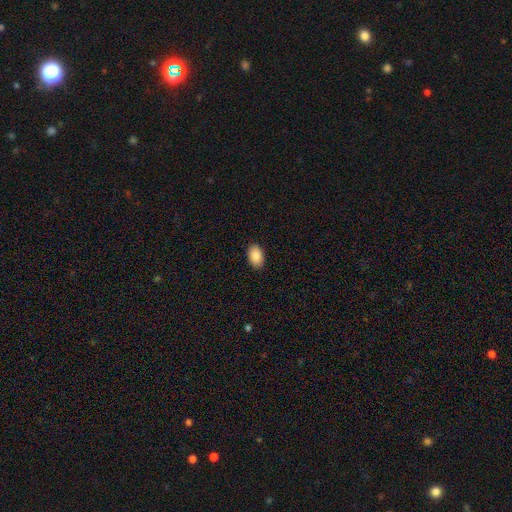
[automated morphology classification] Smooth or featured?
  - smooth: 90% *
  - star or artifact: 7%
  - featured or disk: 3%
How rounded?
  - in between: 93% *
  - round: 6%
  - cigar-shaped: 1%
Merging?
  - none: 90% *
  - minor disturbance: 7%
  - major disturbance: 2%
  - merger: 1%